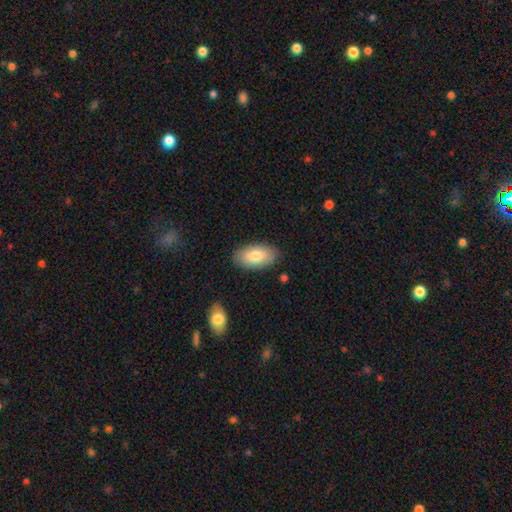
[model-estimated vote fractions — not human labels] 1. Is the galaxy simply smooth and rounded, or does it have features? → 80% smooth, 14% featured or disk, 6% star or artifact.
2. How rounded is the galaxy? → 94% in between, 3% round, 3% cigar-shaped.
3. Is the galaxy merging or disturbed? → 86% none, 10% minor disturbance, 2% major disturbance, 2% merger.